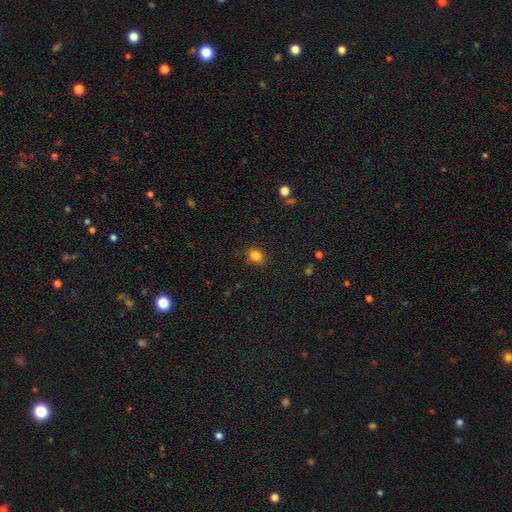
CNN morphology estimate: smooth 84%, star or artifact 11%, featured or disk 5%. Down the decision tree: how rounded — round (53%); merging — none (87%).